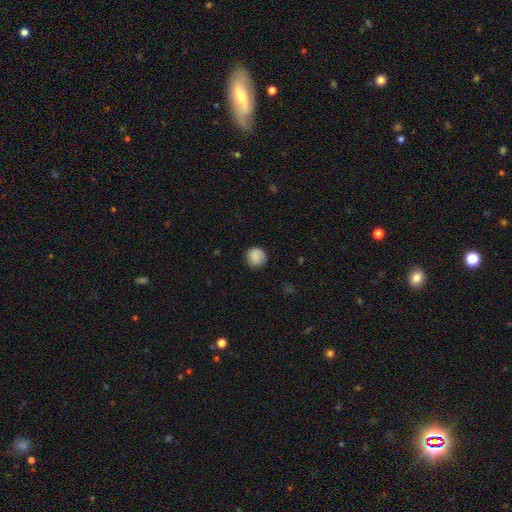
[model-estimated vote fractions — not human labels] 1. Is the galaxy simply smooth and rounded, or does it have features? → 78% smooth, 15% featured or disk, 8% star or artifact.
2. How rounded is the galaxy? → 91% round, 8% in between, 1% cigar-shaped.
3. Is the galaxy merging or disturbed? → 80% none, 14% minor disturbance, 4% major disturbance, 1% merger.